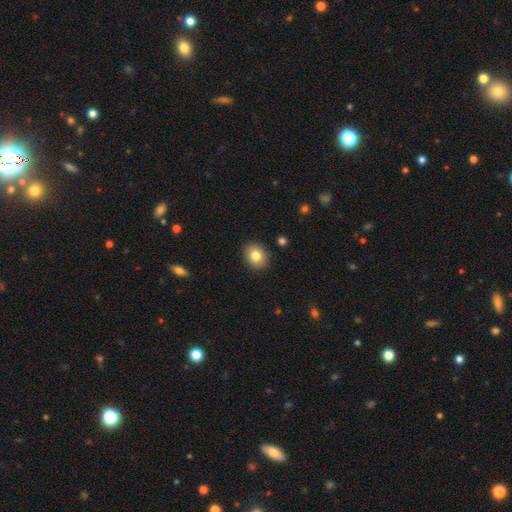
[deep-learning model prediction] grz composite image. It shows a smooth galaxy with no disk features (82%) that is round (54%). Merging: none (89%).